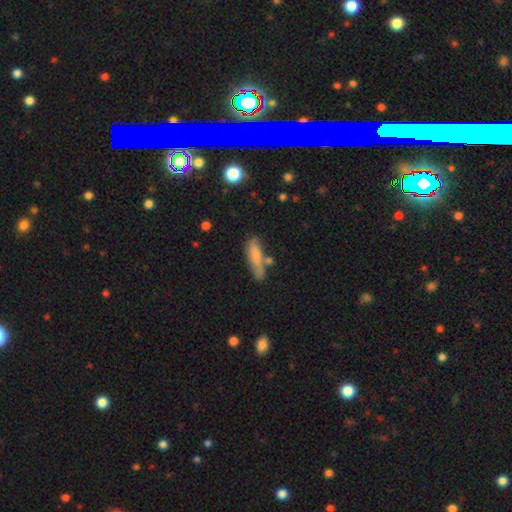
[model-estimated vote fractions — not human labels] The model was most divided on "how rounded": cigar-shaped: 61%, in between: 37%, round: 2%. More confident: smooth or featured — smooth (71%); merging — none (55%).